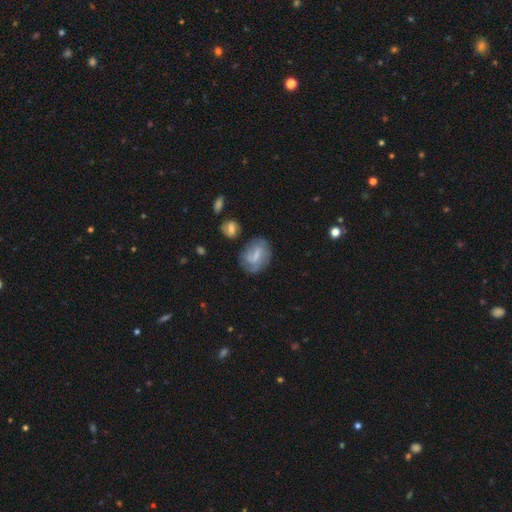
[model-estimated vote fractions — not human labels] Smooth or featured: featured or disk — 53% (smooth — 39%)
Edge-on disk: no — 96% (yes — 4%)
Bar: weak — 54% (no — 24%)
Spiral arms: yes — 74% (no — 26%)
Bulge size: small — 39% (none — 28%)
Merging: none — 63% (minor disturbance — 22%)